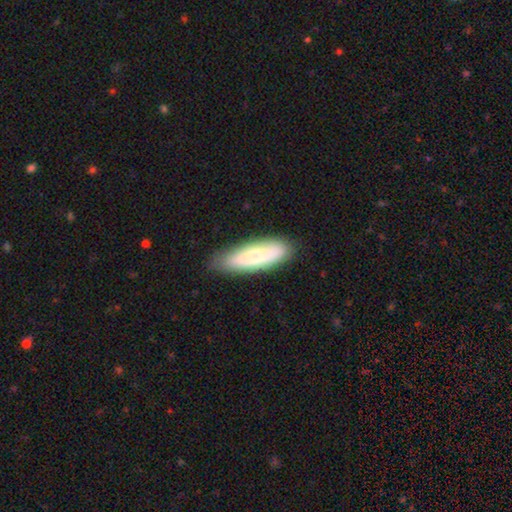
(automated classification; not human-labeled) smooth_or_featured: smooth (p=0.66) [alt: featured or disk p=0.28]
how_rounded: cigar-shaped (p=0.52) [alt: in between p=0.46]
merging: none (p=0.82) [alt: minor disturbance p=0.14]